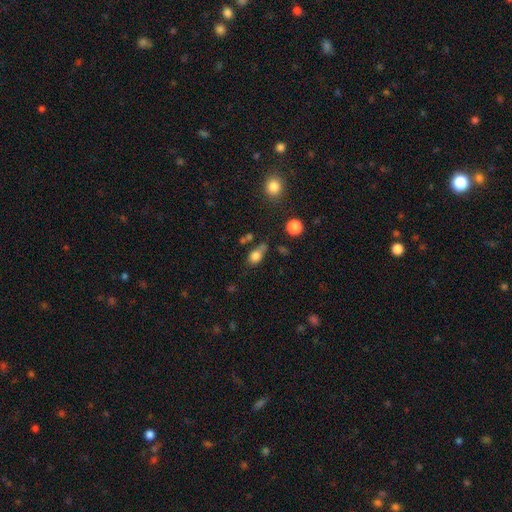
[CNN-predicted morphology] smooth 79%, star or artifact 12%, featured or disk 10%. Down the decision tree: how rounded — in between (69%); merging — none (44%).